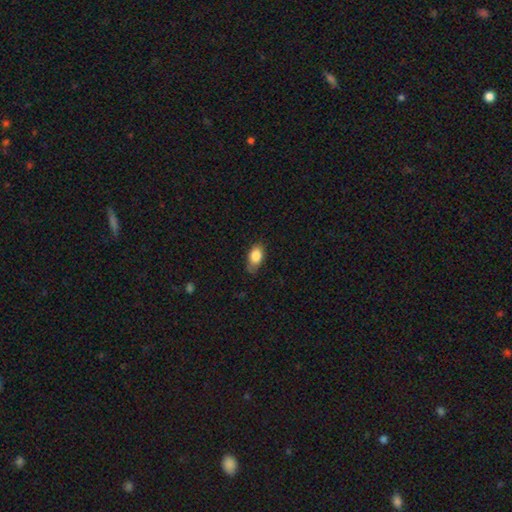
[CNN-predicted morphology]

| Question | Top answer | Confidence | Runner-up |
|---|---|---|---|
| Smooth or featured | smooth | 83% | featured or disk (9%) |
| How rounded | in between | 87% | round (9%) |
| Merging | none | 65% | minor disturbance (28%) |